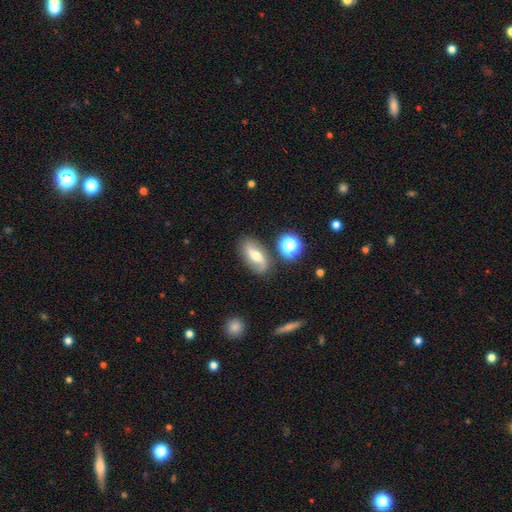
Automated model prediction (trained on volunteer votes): This is likely a featured or disk galaxy (61%). It is clearly not viewed edge-on (89%). Bar: marginally no (36%). Spiral arm pattern: clearly yes (84%). Central bulge: likely moderate (66%). Merging: likely none (78%).